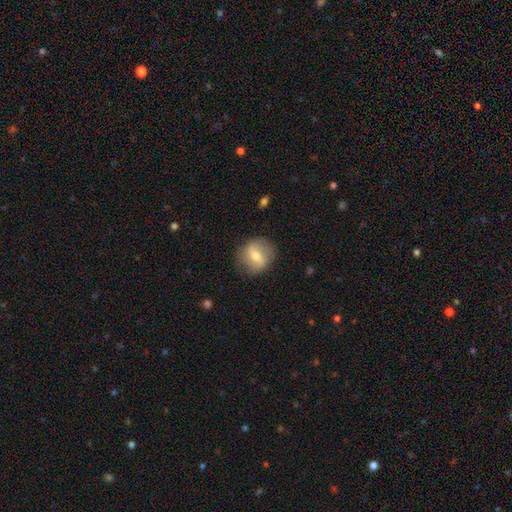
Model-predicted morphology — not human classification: Smooth or featured? featured or disk (47%)
Merging? none (81%)